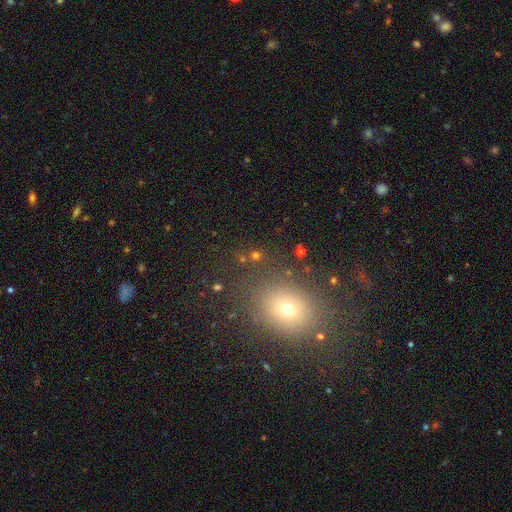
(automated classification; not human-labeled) This appears to be a smooth galaxy with no disk features (56%) that is round (67%). Merging: none (78%).